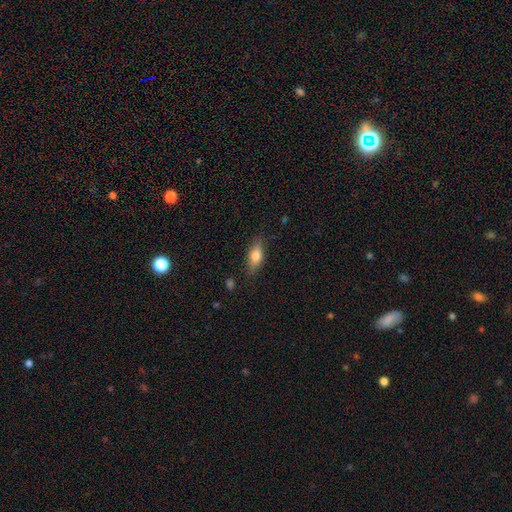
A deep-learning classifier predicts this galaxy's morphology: A smooth galaxy with no disk features (75%) that is in between round and cigar-shaped (75%). Merging: none (81%).